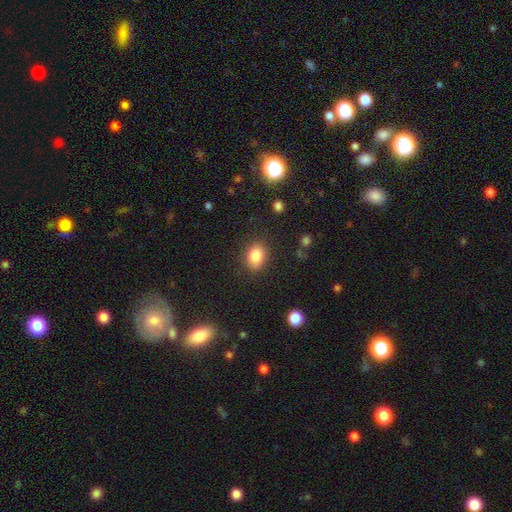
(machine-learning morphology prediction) Overall: smooth (84%). How rounded: in between (61%; round 38%). Merging: none (84%).